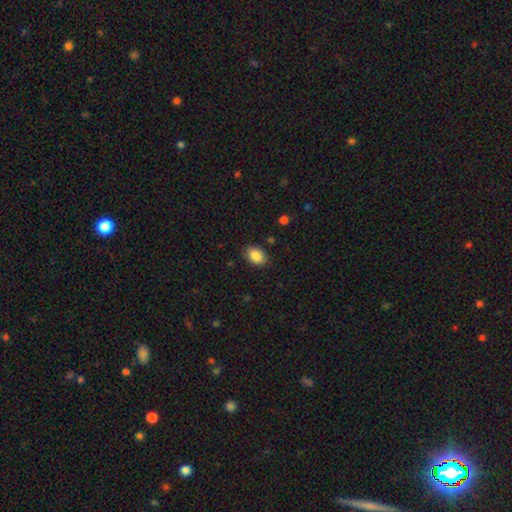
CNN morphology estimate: smooth_or_featured: smooth (p=0.88) [alt: star or artifact p=0.07]
how_rounded: in between (p=0.85) [alt: round p=0.14]
merging: none (p=0.86) [alt: minor disturbance p=0.11]